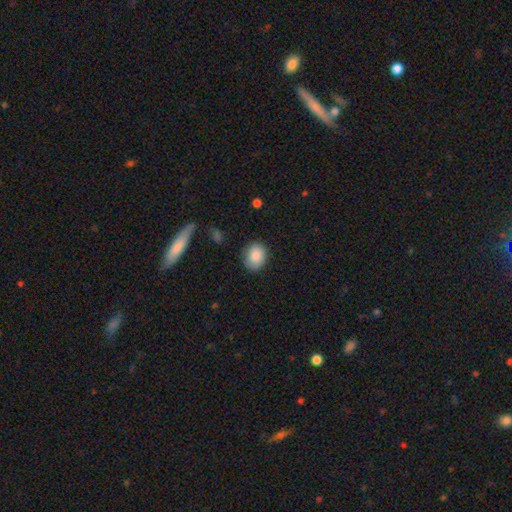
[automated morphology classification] Smooth or featured? Predicted: smooth (p=0.86). How rounded? Predicted: in between (p=0.52). Merging? Predicted: none (p=0.84).